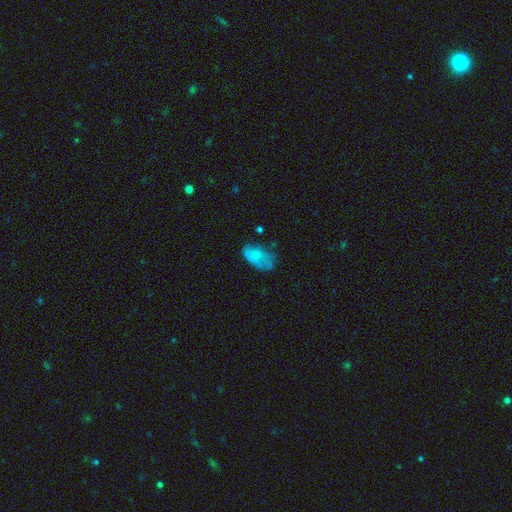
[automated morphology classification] Overall: smooth (67%). How rounded: in between (92%). Merging: none (42%; minor disturbance 33%).